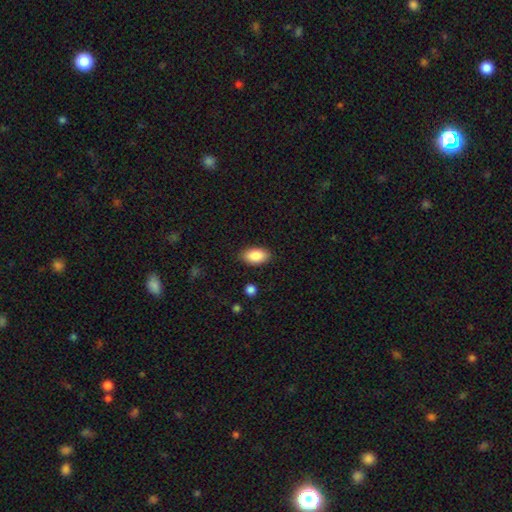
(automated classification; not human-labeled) Smooth or featured: smooth — 89% (star or artifact — 7%)
How rounded: in between — 94% (round — 4%)
Merging: none — 87% (minor disturbance — 9%)